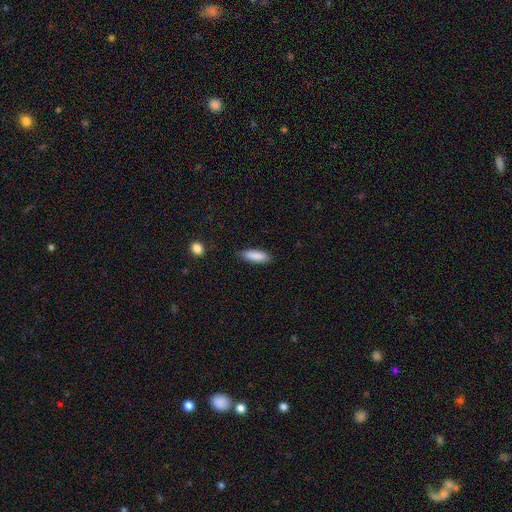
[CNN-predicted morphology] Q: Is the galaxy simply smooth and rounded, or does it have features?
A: smooth — 87%.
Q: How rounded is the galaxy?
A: in between — 58%.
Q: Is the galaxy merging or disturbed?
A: none — 83%.